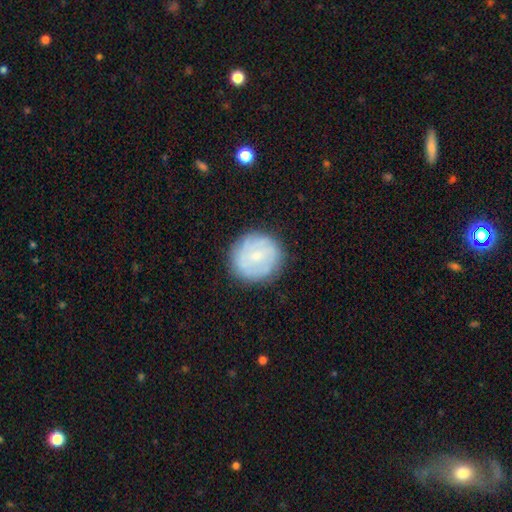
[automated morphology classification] Smooth or featured: smooth — 49% (featured or disk — 44%)
Merging: none — 83% (minor disturbance — 12%)